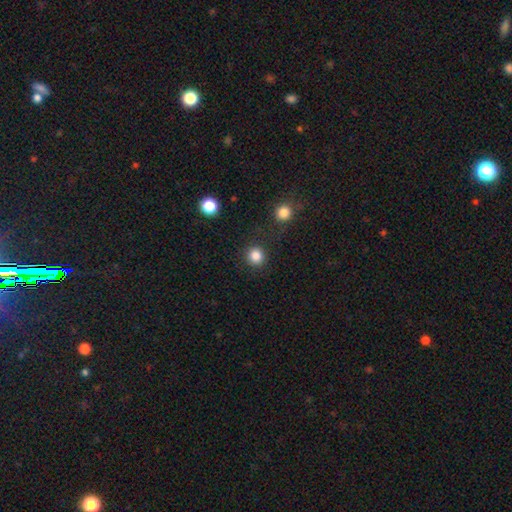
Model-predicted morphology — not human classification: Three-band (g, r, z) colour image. It shows a smooth galaxy with no disk features (85%) that is round (92%). Merging: none (87%).